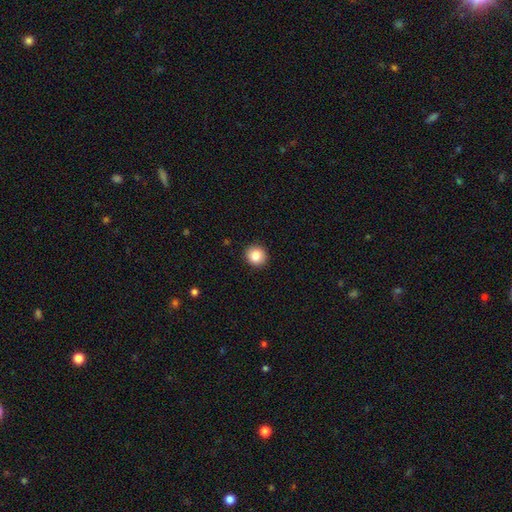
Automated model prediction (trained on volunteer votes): Smooth or featured? smooth (87%)
How rounded? round (90%)
Merging? none (91%)